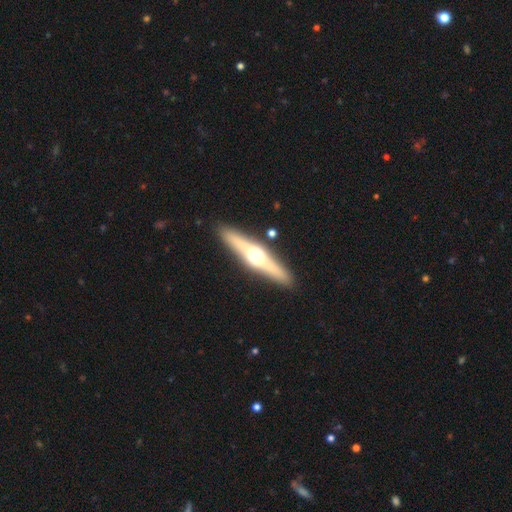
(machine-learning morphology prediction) smooth_or_featured: featured or disk (p=0.64) [alt: smooth p=0.30]
disk_edge_on: yes (p=0.94) [alt: no p=0.06]
edge_on_bulge: rounded (p=0.95) [alt: boxy p=0.03]
merging: none (p=0.89) [alt: minor disturbance p=0.07]